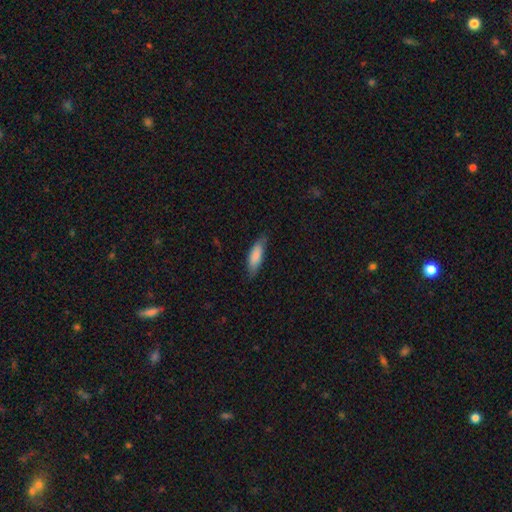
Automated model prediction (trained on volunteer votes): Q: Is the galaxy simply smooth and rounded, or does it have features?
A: smooth — 84%.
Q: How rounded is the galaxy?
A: in between — 57%.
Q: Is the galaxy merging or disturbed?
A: none — 75%.